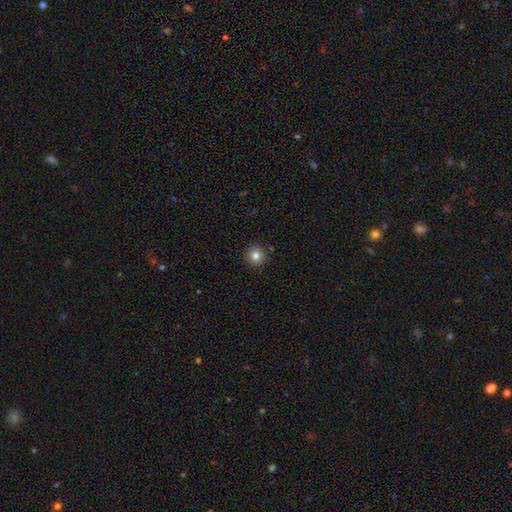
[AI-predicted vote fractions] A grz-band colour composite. It shows a smooth galaxy with no disk features (81%) that is round (95%). Merging: none (91%).